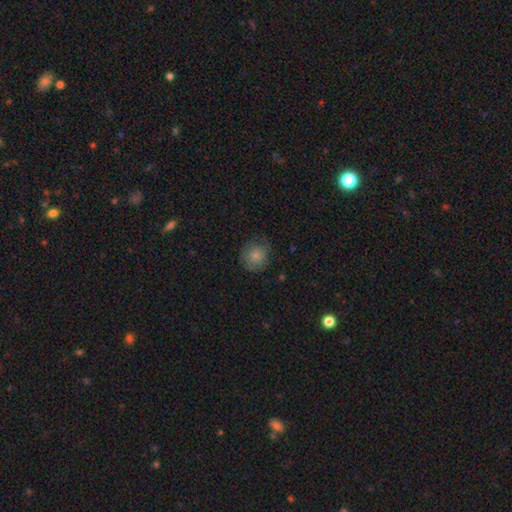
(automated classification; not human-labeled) The model was most divided on "merging": none: 73%, minor disturbance: 20%, major disturbance: 6%, merger: 1%. More confident: how rounded — round (84%); smooth or featured — smooth (82%).